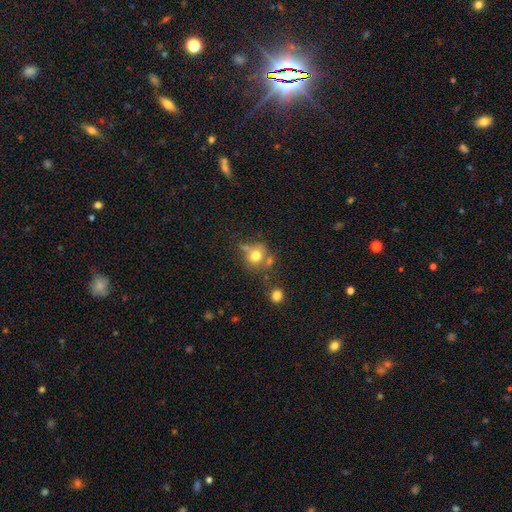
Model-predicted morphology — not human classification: Overall: smooth (73%). How rounded: round (83%). Merging: none (55%; merger 21%).